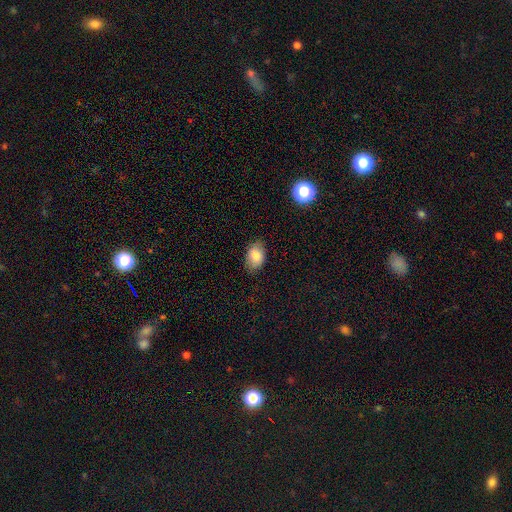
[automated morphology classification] Smooth or featured? smooth (84%)
How rounded? in between (83%)
Merging? none (80%)